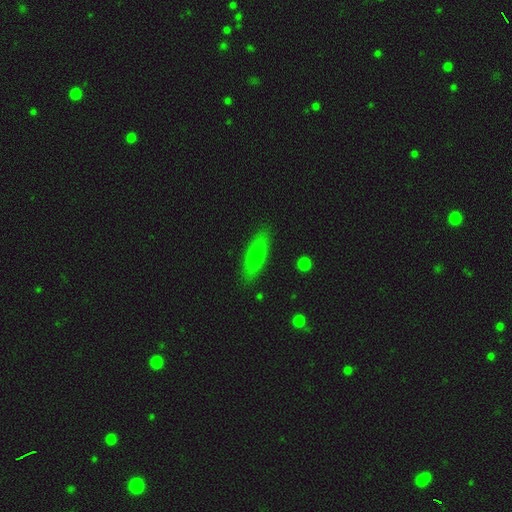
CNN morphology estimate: Q: Smooth or featured?
A: smooth (69%); runner-up: featured or disk (24%)
Q: How rounded?
A: in between (53%); runner-up: cigar-shaped (43%)
Q: Merging?
A: none (86%); runner-up: minor disturbance (10%)